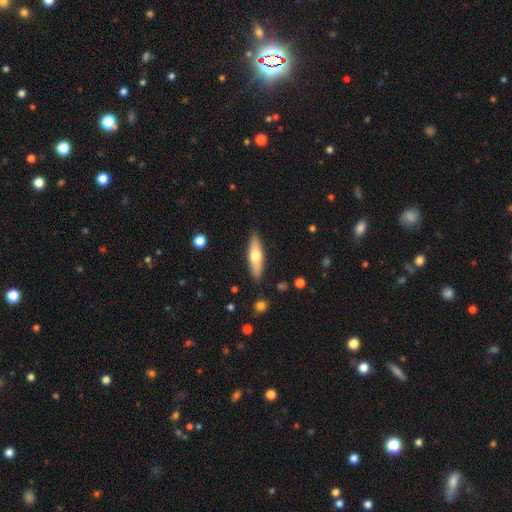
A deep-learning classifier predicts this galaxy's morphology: Overall: smooth (56%; featured or disk 39%). How rounded: cigar-shaped (57%; in between 41%). Merging: none (88%).